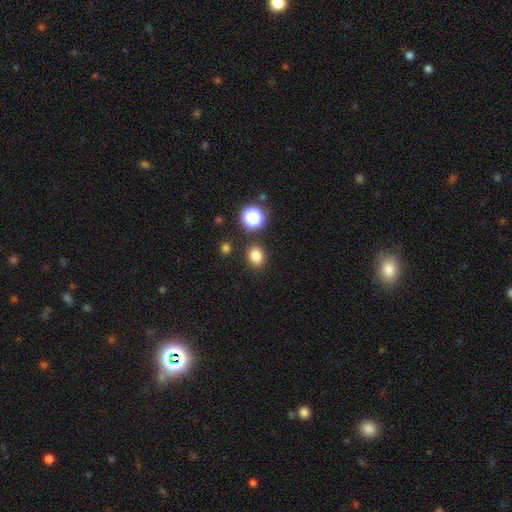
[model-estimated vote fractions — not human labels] This appears to be a smooth galaxy with no disk features (80%) that is round (62%). Merging: none (85%).